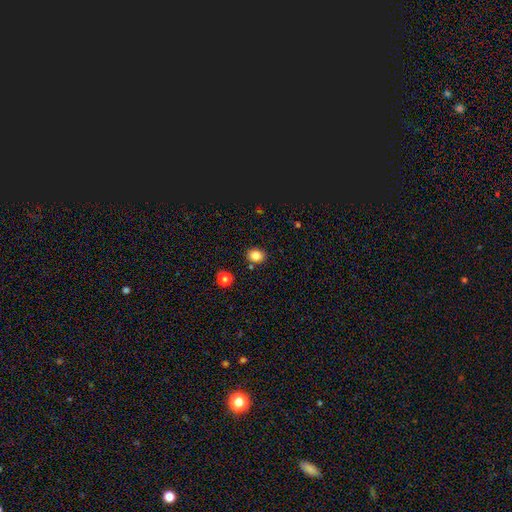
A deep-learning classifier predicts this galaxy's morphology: A smooth galaxy with no disk features (82%) that is round (58%). Merging: none (83%).